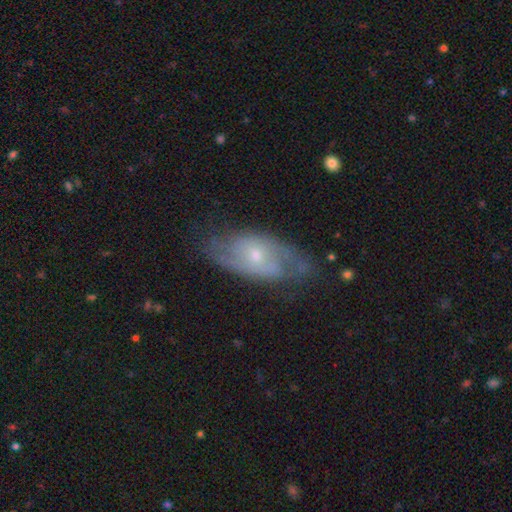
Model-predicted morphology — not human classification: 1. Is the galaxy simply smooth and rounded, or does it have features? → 74% featured or disk, 19% smooth, 7% star or artifact.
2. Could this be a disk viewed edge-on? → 91% no, 9% yes.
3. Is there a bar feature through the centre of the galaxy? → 65% no, 30% weak, 5% strong.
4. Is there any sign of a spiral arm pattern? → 85% yes, 15% no.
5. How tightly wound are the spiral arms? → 44% medium, 34% tight, 22% loose.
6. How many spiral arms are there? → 68% 2, 22% can't tell, 4% 3, 3% 1, 2% 4, 2% more than 4.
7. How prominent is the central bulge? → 58% small, 38% moderate, 2% large, 2% none, 1% dominant.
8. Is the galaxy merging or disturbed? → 69% none, 21% minor disturbance, 8% major disturbance, 2% merger.